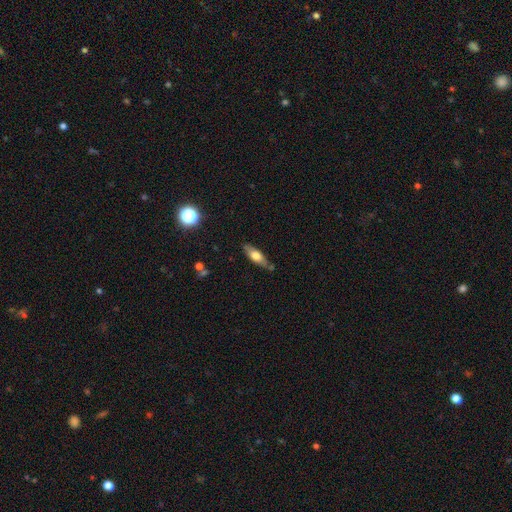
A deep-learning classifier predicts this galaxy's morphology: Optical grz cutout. It shows a smooth galaxy with no disk features (56%) that is in between round and cigar-shaped (52%). Merging: none (75%).